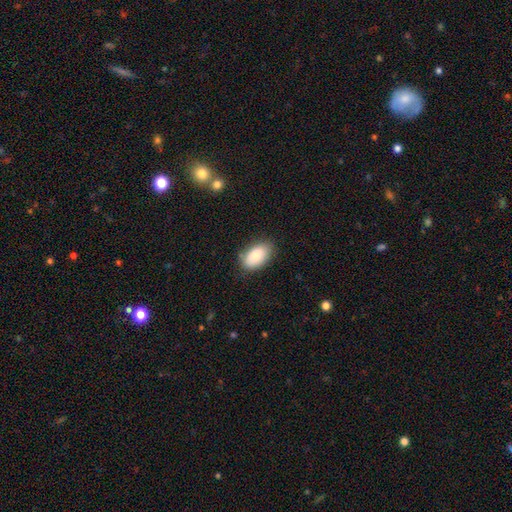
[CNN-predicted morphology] This is clearly a smooth galaxy (85%). How rounded: clearly in between (94%). Merging: likely none (79%).